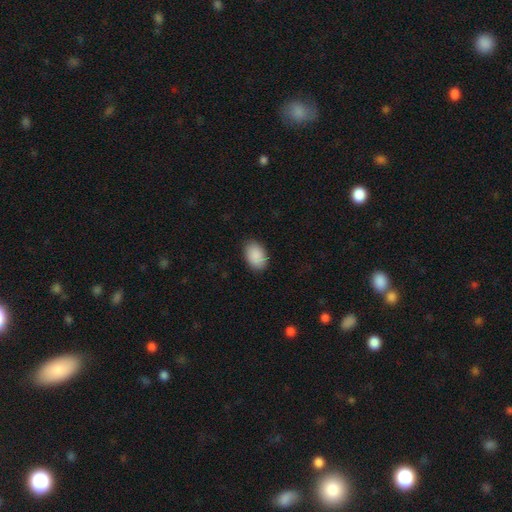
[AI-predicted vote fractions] Overall: smooth (91%). How rounded: in between (89%). Merging: none (87%).